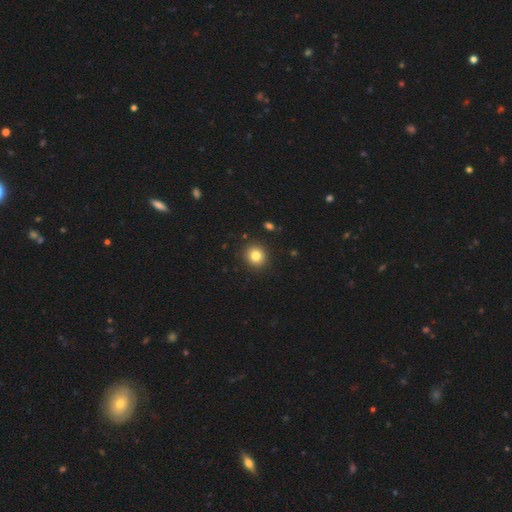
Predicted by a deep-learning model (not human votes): smooth_or_featured: smooth (p=0.82) [alt: star or artifact p=0.11]
how_rounded: round (p=0.87) [alt: in between p=0.12]
merging: none (p=0.91) [alt: minor disturbance p=0.06]